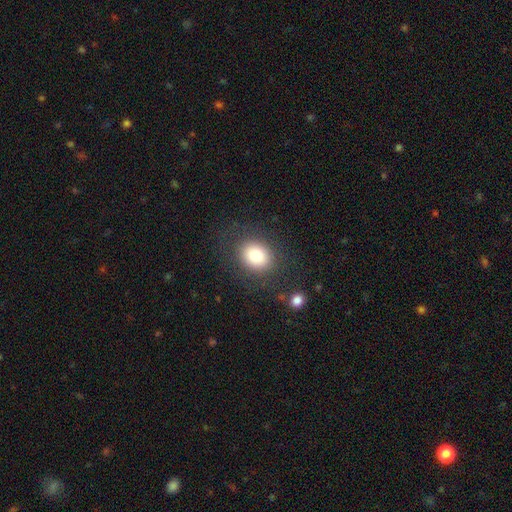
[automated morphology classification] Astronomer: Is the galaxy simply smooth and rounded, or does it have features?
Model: smooth — 81%.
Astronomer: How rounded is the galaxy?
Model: round — 54% (runner-up: in between, 45%).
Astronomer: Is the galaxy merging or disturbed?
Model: none — 82%.